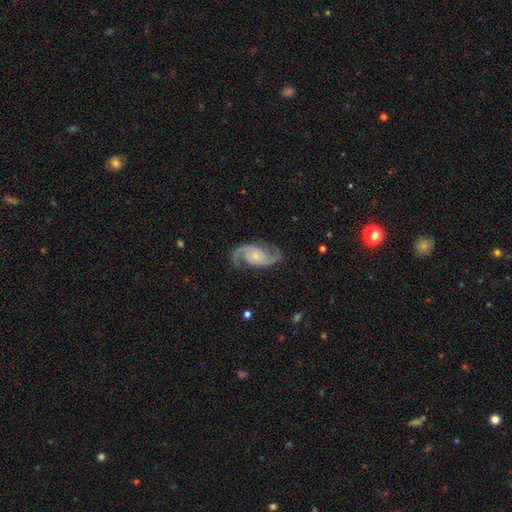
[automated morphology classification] smooth_or_featured: featured or disk (p=0.91) [alt: smooth p=0.05]
disk_edge_on: no (p=0.98) [alt: yes p=0.02]
bar: no (p=0.63) [alt: weak p=0.29]
has_spiral_arms: yes (p=0.98) [alt: no p=0.02]
spiral_winding: medium (p=0.55) [alt: loose p=0.29]
spiral_arm_count: 2 (p=0.94) [alt: can't tell p=0.02]
bulge_size: small (p=0.62) [alt: moderate p=0.27]
merging: none (p=0.80) [alt: minor disturbance p=0.13]